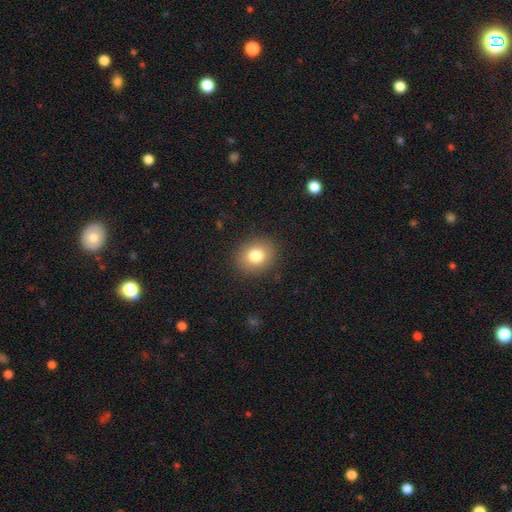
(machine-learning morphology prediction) smooth_or_featured: smooth (p=0.80) [alt: star or artifact p=0.11]
how_rounded: round (p=0.64) [alt: in between p=0.35]
merging: none (p=0.89) [alt: minor disturbance p=0.08]